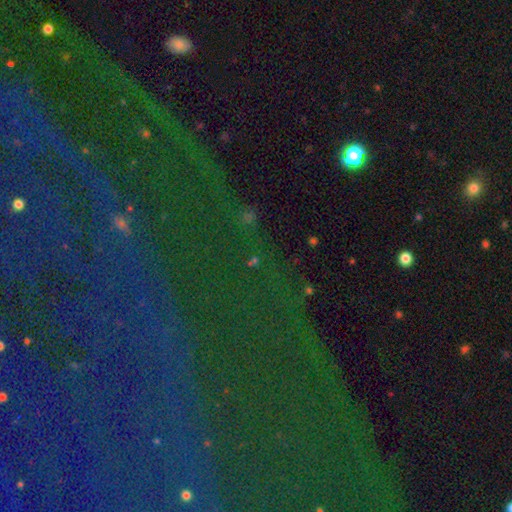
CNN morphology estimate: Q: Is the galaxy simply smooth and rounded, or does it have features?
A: star or artifact — 79%.